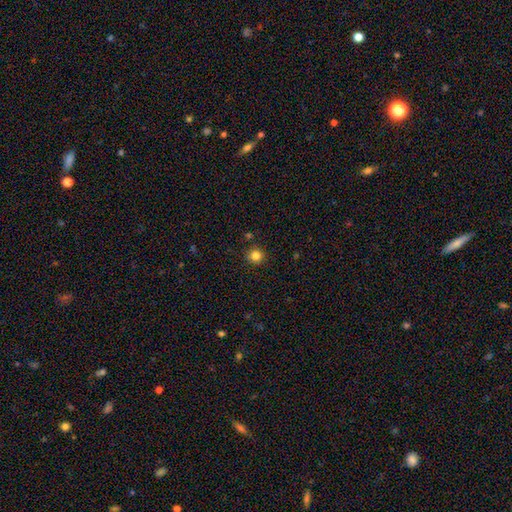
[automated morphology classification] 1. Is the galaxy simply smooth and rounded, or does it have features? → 82% smooth, 13% star or artifact, 5% featured or disk.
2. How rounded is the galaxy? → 93% round, 6% in between, 1% cigar-shaped.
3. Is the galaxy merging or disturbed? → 90% none, 6% minor disturbance, 2% merger, 2% major disturbance.